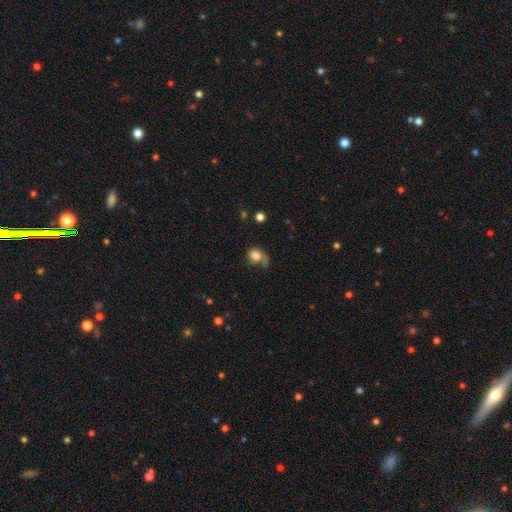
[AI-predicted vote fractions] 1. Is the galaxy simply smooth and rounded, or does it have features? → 71% smooth, 19% featured or disk, 10% star or artifact.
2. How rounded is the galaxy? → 66% round, 33% in between, 1% cigar-shaped.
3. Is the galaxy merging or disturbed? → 38% none, 28% major disturbance, 27% minor disturbance, 6% merger.